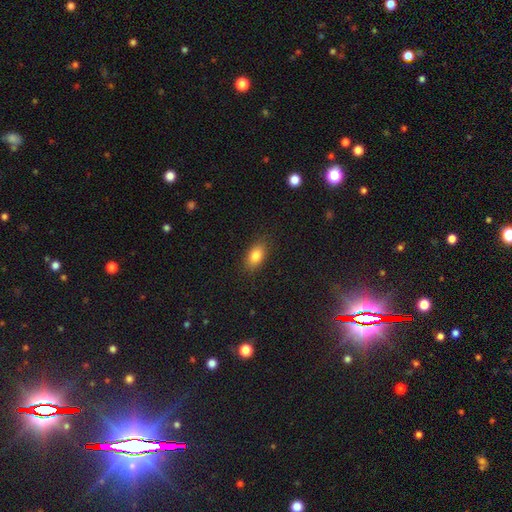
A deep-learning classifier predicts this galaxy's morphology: A smooth galaxy with no disk features (83%) that is in between round and cigar-shaped (88%).

Vote fractions:
- Smooth or featured? smooth: 83% / star or artifact: 9% / featured or disk: 8%
- How rounded? in between: 88% / round: 8% / cigar-shaped: 4%
- Merging? none: 87% / minor disturbance: 10% / major disturbance: 3% / merger: 1%